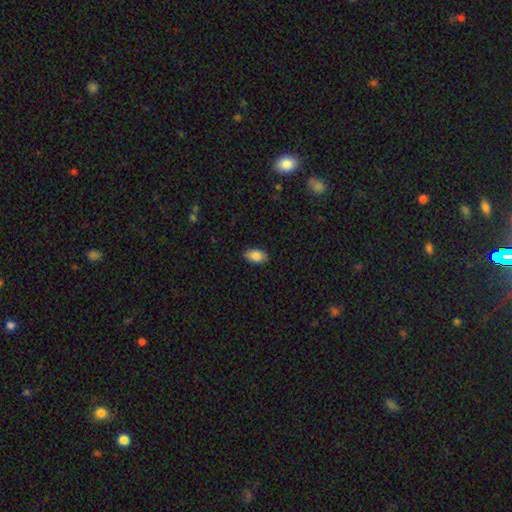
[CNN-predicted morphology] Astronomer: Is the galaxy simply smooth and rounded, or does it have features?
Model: smooth — 87%.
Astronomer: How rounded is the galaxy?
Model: in between — 93%.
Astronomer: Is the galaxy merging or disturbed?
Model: none — 88%.